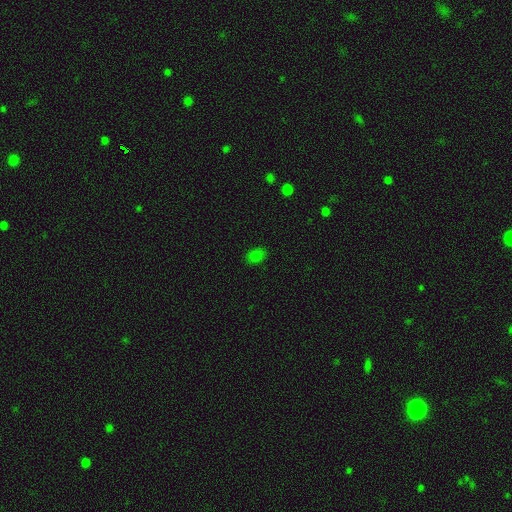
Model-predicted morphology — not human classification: This is likely a smooth galaxy (78%). How rounded: likely in between (64%). Merging: clearly none (86%).